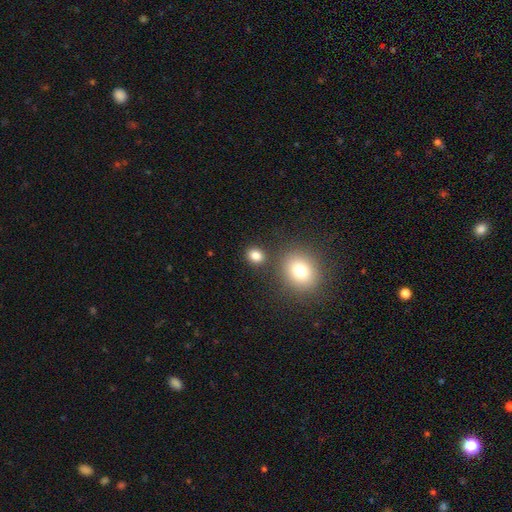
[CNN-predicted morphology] A smooth galaxy with no disk features (82%) that is round (66%).

Vote fractions:
- Smooth or featured? smooth: 82% / star or artifact: 13% / featured or disk: 6%
- How rounded? round: 66% / in between: 33% / cigar-shaped: 1%
- Merging? none: 79% / merger: 9% / minor disturbance: 9% / major disturbance: 3%